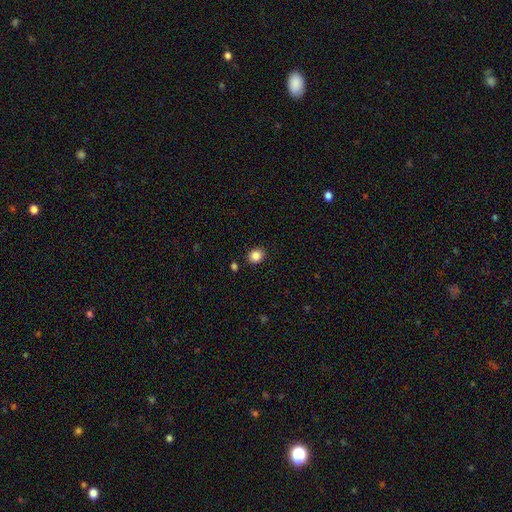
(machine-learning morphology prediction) smooth_or_featured: smooth (p=0.85) [alt: star or artifact p=0.10]
how_rounded: round (p=0.64) [alt: in between p=0.35]
merging: none (p=0.88) [alt: minor disturbance p=0.08]